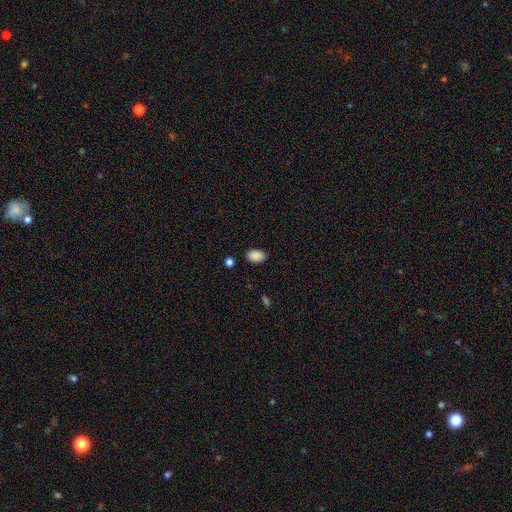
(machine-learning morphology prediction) Smooth or featured? Predicted: smooth (p=0.89). How rounded? Predicted: in between (p=0.90). Merging? Predicted: none (p=0.86).